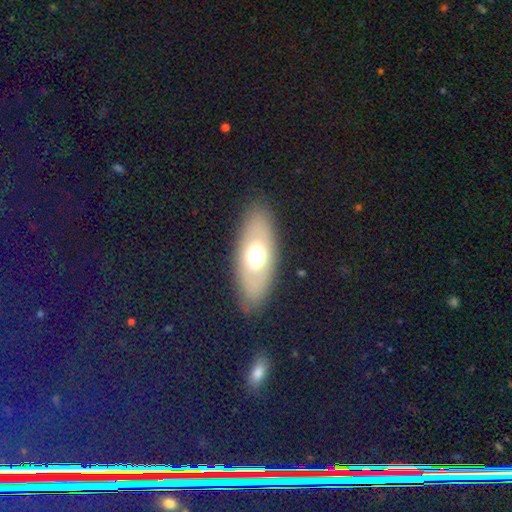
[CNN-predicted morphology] Q: Smooth or featured?
A: smooth (56%); runner-up: featured or disk (34%)
Q: How rounded?
A: in between (81%); runner-up: cigar-shaped (11%)
Q: Merging?
A: none (84%); runner-up: minor disturbance (10%)